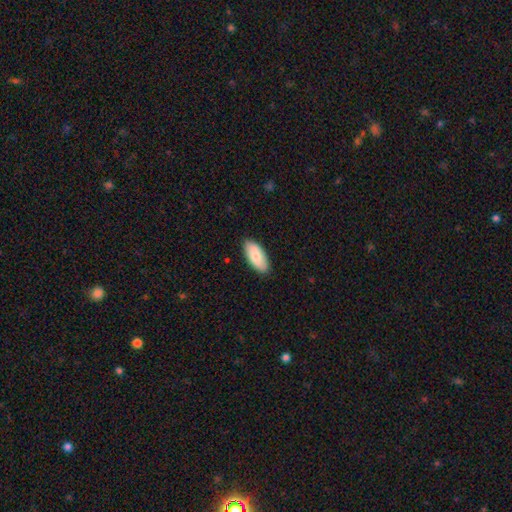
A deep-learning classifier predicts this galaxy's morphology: smooth_or_featured: smooth (p=0.82) [alt: featured or disk p=0.12]
how_rounded: in between (p=0.88) [alt: cigar-shaped p=0.10]
merging: none (p=0.87) [alt: minor disturbance p=0.10]